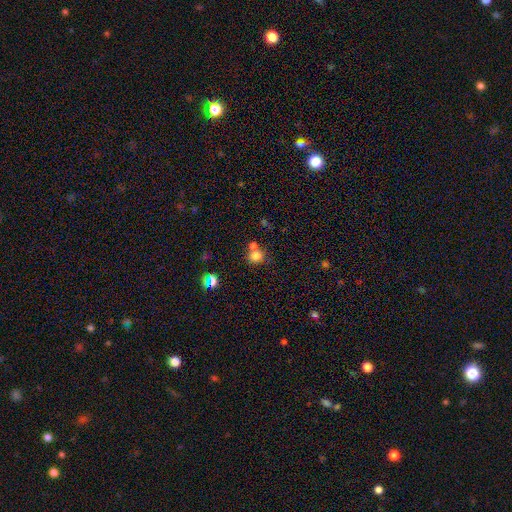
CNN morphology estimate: This is likely a smooth galaxy (79%). How rounded: clearly round (83%). Merging: possibly none (59%).